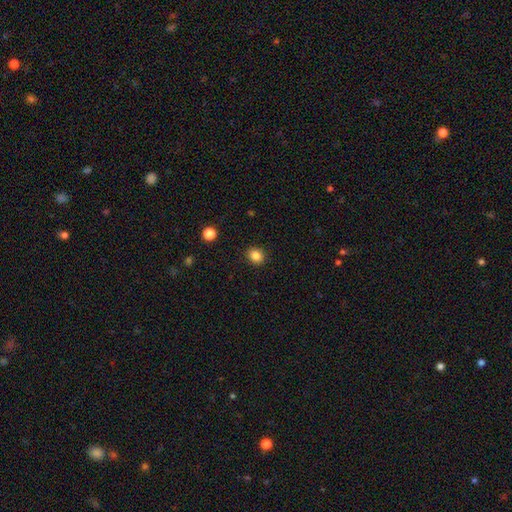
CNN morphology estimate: This is clearly a smooth galaxy (84%). How rounded: likely round (71%). Merging: clearly none (90%).